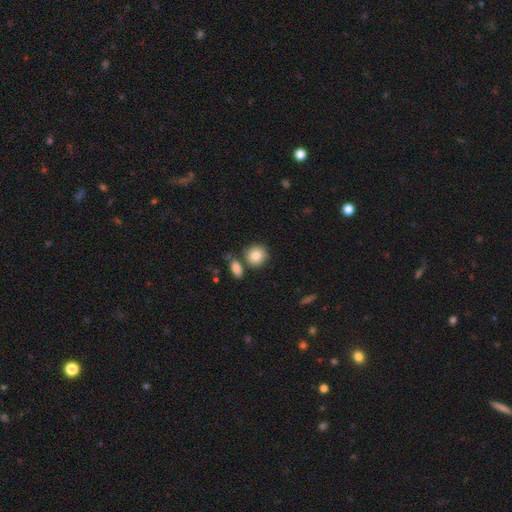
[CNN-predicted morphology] A smooth galaxy with no disk features (83%) that is round (84%). Merging: none (70%).